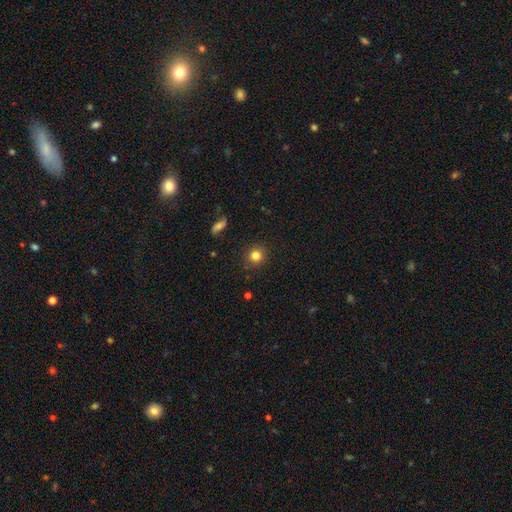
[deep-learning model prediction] Overall: smooth (82%). How rounded: round (90%). Merging: none (89%).